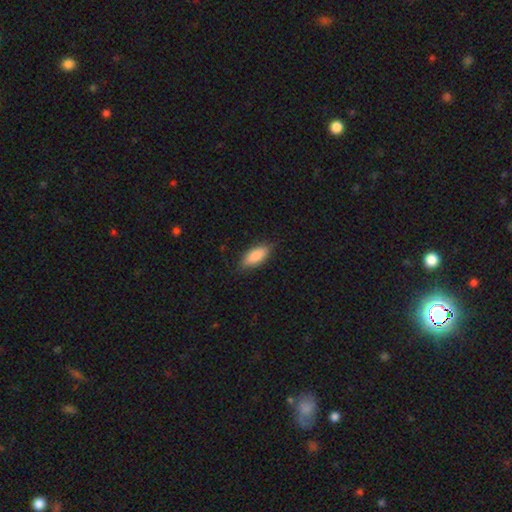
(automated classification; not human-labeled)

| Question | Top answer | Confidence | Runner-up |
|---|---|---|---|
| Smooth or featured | smooth | 86% | featured or disk (8%) |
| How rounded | in between | 85% | cigar-shaped (13%) |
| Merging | none | 81% | minor disturbance (15%) |